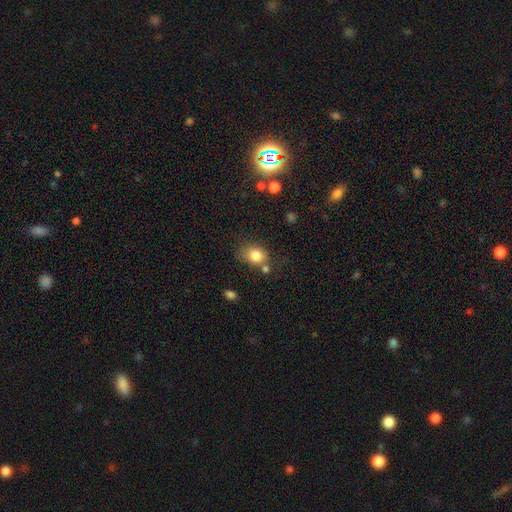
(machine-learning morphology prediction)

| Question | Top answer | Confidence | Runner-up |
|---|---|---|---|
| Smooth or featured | smooth | 81% | star or artifact (10%) |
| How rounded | round | 50% | in between (49%) |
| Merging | none | 56% | minor disturbance (22%) |